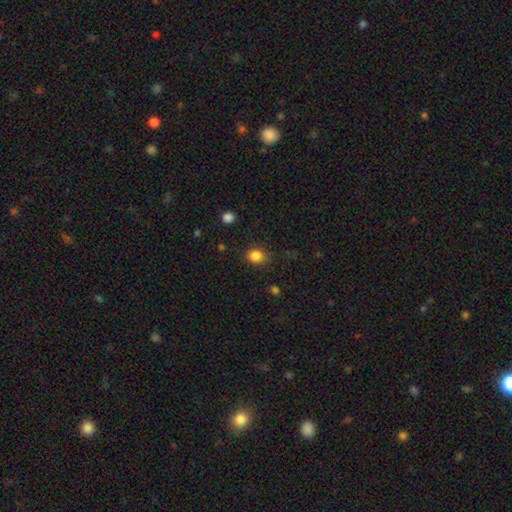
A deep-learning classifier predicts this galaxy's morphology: Q: Smooth or featured?
A: smooth (85%); runner-up: star or artifact (11%)
Q: How rounded?
A: round (67%); runner-up: in between (32%)
Q: Merging?
A: none (84%); runner-up: minor disturbance (11%)